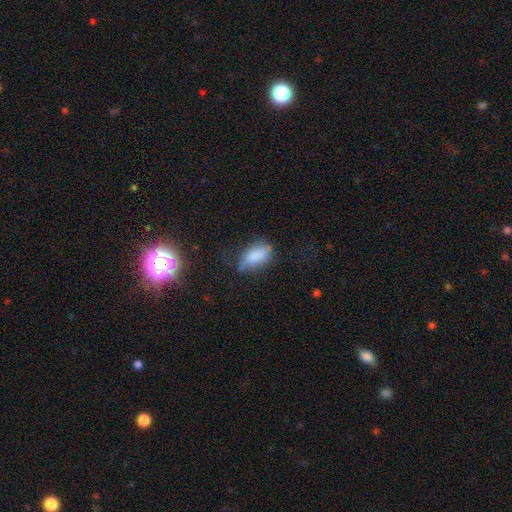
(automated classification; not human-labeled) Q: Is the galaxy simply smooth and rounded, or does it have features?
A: smooth — 82%.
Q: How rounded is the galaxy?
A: in between — 89%.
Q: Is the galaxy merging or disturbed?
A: none — 55%.